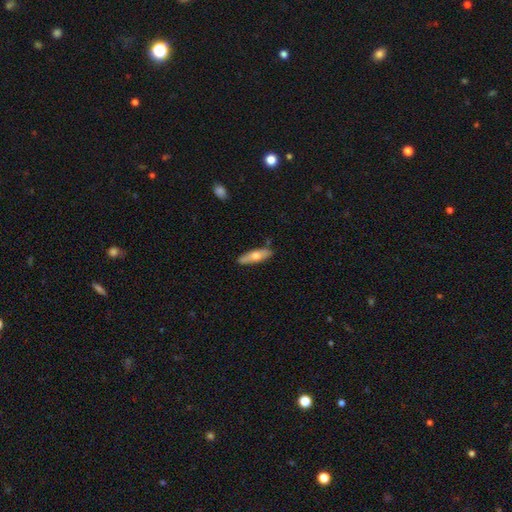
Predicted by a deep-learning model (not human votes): smooth 59%, featured or disk 35%, star or artifact 6%. Down the decision tree: how rounded — cigar-shaped (60%); merging — none (85%).